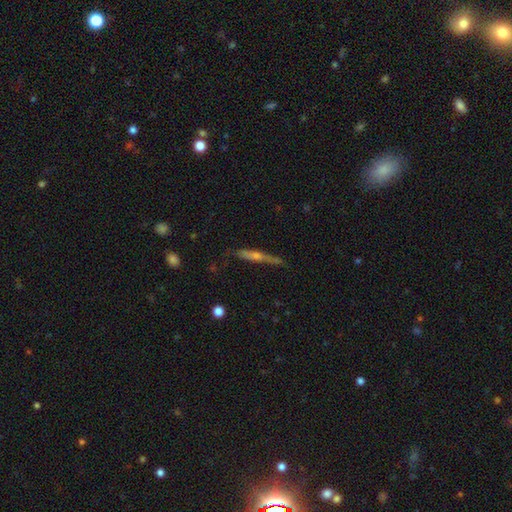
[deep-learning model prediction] This is possibly a featured or disk galaxy (58%). It is clearly viewed edge-on (93%). Edge-on bulge: likely rounded (62%). Merging: likely none (73%).